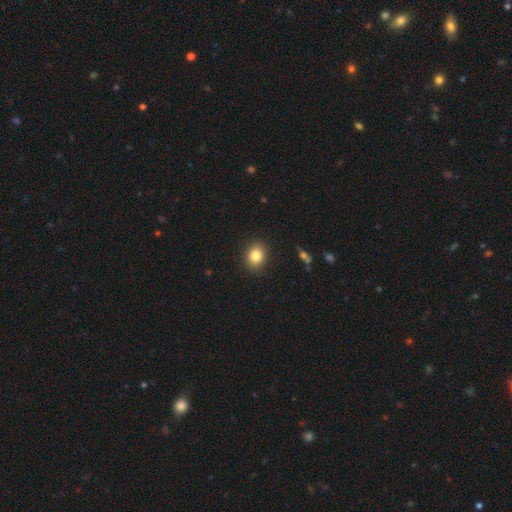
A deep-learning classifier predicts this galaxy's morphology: This appears to be a smooth galaxy with no disk features (84%) that is in between round and cigar-shaped (51%). Merging: none (89%).